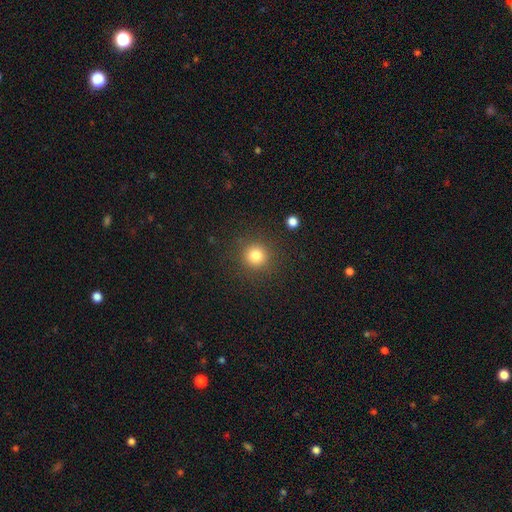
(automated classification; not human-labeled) Smooth or featured?
  - smooth: 81% *
  - star or artifact: 13%
  - featured or disk: 6%
How rounded?
  - round: 94% *
  - in between: 5%
  - cigar-shaped: 1%
Merging?
  - none: 89% *
  - minor disturbance: 6%
  - major disturbance: 3%
  - merger: 2%